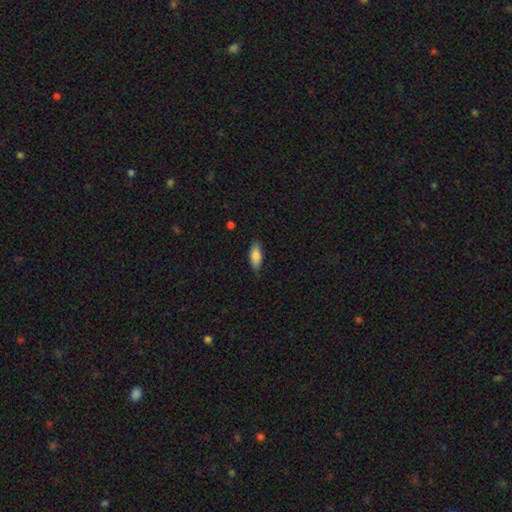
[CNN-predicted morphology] Smooth or featured?
  - smooth: 85% *
  - featured or disk: 9%
  - star or artifact: 6%
How rounded?
  - in between: 78% *
  - cigar-shaped: 20%
  - round: 2%
Merging?
  - none: 82% *
  - minor disturbance: 15%
  - major disturbance: 3%
  - merger: 1%